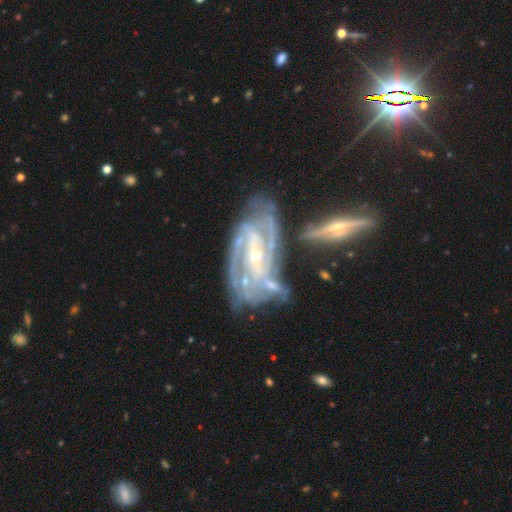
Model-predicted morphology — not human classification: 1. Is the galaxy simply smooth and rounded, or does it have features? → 90% featured or disk, 6% star or artifact, 4% smooth.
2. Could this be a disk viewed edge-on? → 94% no, 6% yes.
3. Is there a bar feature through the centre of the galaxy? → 36% strong, 34% weak, 30% no.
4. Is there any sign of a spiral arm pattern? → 97% yes, 3% no.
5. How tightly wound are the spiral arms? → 50% tight, 40% medium, 10% loose.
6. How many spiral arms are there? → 43% 2, 22% 3, 18% can't tell, 9% 4, 5% more than 4, 4% 1.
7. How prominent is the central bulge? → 72% small, 24% moderate, 2% none, 1% large, 1% dominant.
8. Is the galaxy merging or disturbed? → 43% none, 24% merger, 20% minor disturbance, 13% major disturbance.